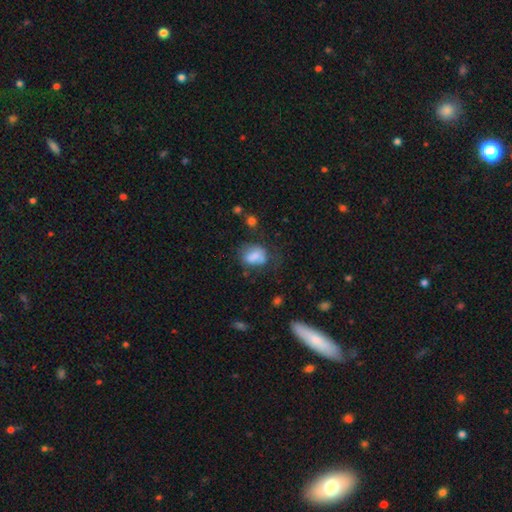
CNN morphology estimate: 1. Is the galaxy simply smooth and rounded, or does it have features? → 74% smooth, 17% featured or disk, 10% star or artifact.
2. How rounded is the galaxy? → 68% in between, 31% round, 2% cigar-shaped.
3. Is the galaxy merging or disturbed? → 46% none, 28% minor disturbance, 19% major disturbance, 7% merger.